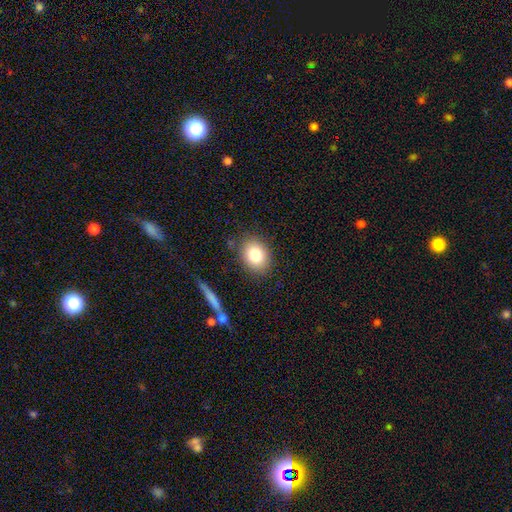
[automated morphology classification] This is likely a smooth galaxy (80%). How rounded: possibly round (53%). Merging: clearly none (86%).